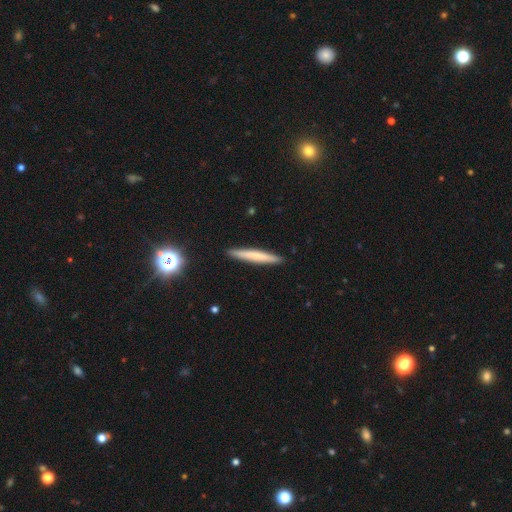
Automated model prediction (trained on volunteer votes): The model was most divided on "smooth or featured": smooth: 64%, featured or disk: 29%, star or artifact: 8%. More confident: how rounded — cigar-shaped (95%); merging — none (92%).